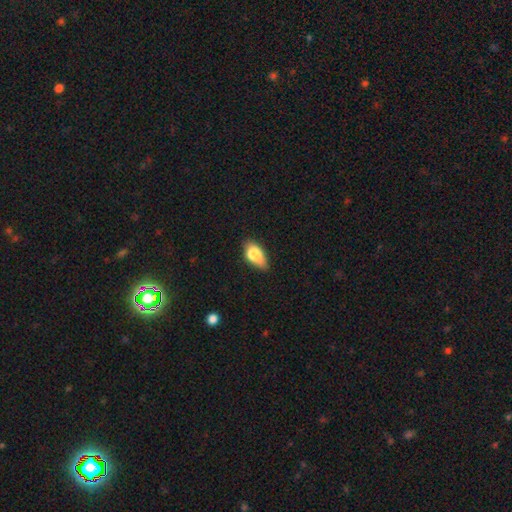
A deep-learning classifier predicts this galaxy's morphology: smooth_or_featured: smooth (p=0.76) [alt: featured or disk p=0.16]
how_rounded: in between (p=0.87) [alt: round p=0.08]
merging: none (p=0.59) [alt: minor disturbance p=0.32]